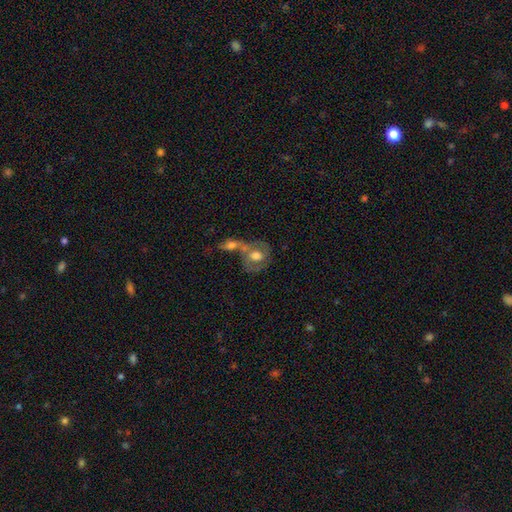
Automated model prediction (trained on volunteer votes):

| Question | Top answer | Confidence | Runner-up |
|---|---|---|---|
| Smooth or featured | featured or disk | 49% | smooth (44%) |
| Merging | merger | 56% | none (25%) |